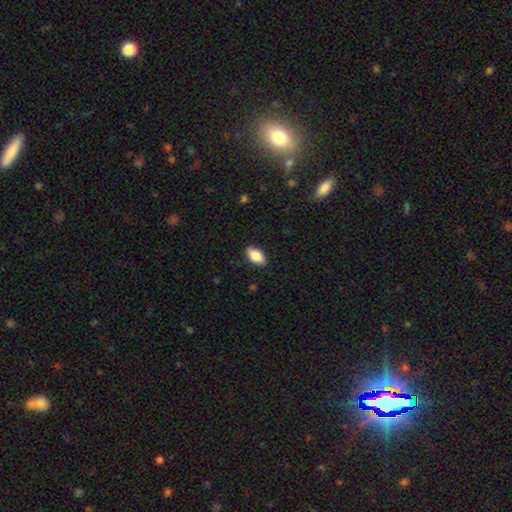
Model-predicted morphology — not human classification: smooth 87%, star or artifact 7%, featured or disk 7%. Down the decision tree: how rounded — in between (93%); merging — none (88%).